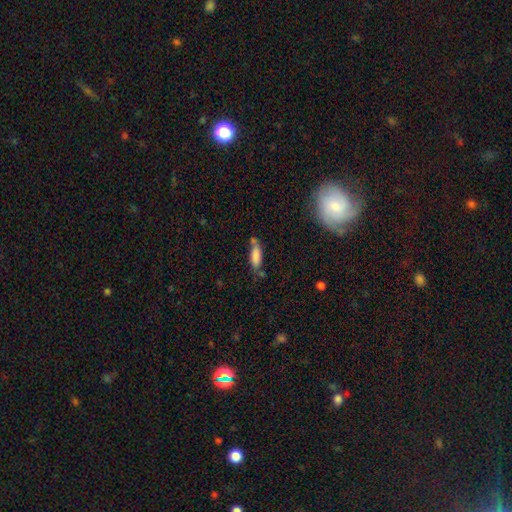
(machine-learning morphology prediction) Smooth or featured? smooth (80%)
How rounded? in between (54%)
Merging? none (50%)